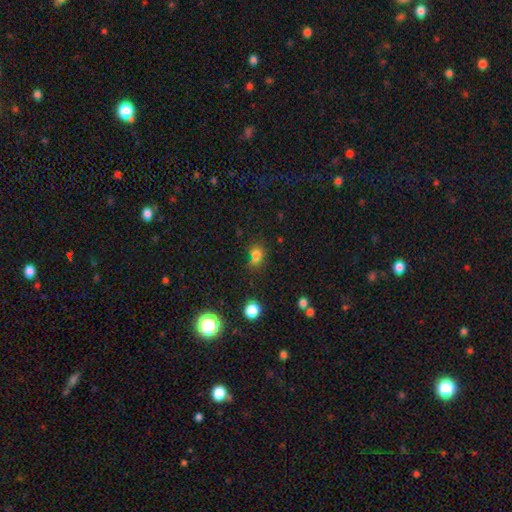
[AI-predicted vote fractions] Smooth or featured? smooth (72%)
How rounded? round (55%)
Merging? none (59%)